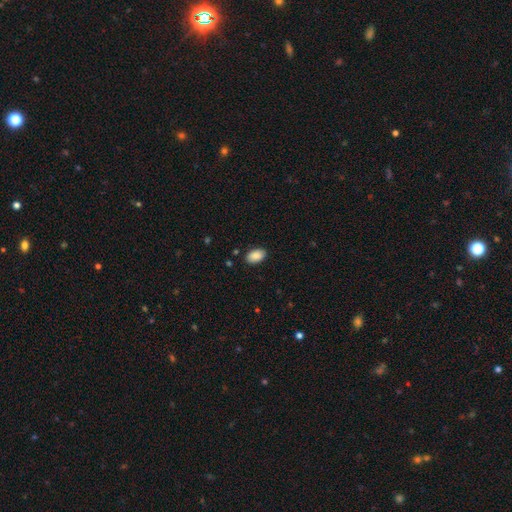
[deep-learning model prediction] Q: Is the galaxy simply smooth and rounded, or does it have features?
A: smooth — 88%.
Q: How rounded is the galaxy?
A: in between — 93%.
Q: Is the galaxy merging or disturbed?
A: none — 87%.